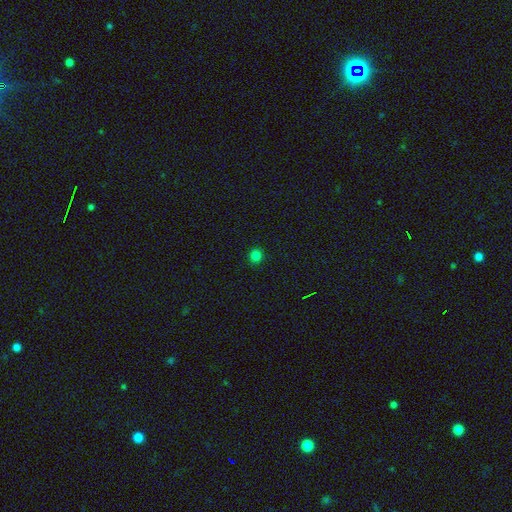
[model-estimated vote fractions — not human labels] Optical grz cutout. It shows a smooth galaxy with no disk features (81%) that is round (89%). Merging: none (92%).